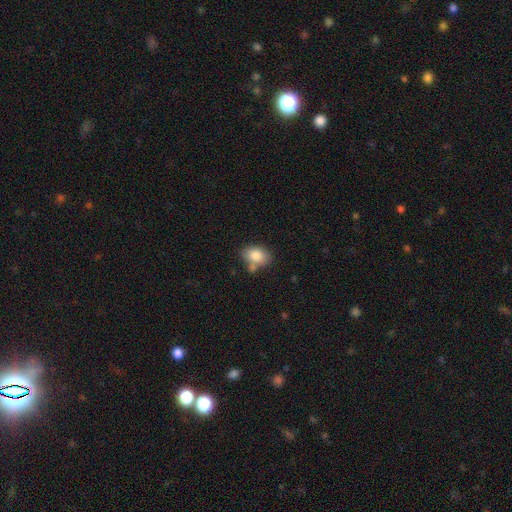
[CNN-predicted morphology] The model was most divided on "merging": none: 57%, minor disturbance: 19%, merger: 18%, major disturbance: 5%. More confident: smooth or featured — smooth (82%); how rounded — in between (76%).